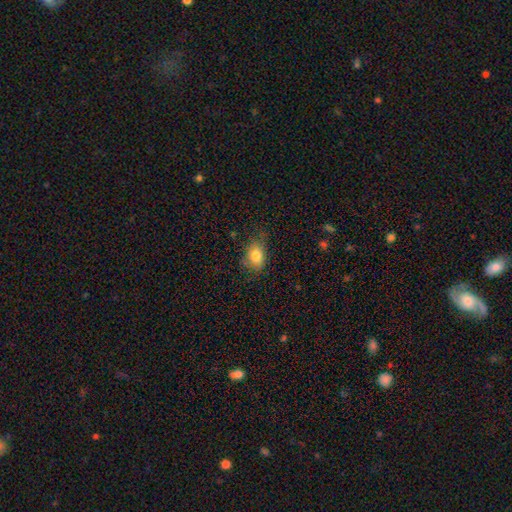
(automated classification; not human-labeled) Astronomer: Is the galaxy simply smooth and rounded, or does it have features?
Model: smooth — 82%.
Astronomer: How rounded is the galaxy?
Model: in between — 76%.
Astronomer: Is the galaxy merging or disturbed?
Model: none — 69%.